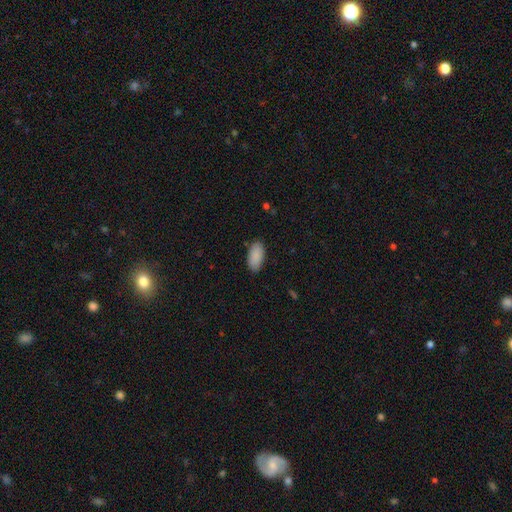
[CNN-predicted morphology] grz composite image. It shows a smooth galaxy with no disk features (90%) that is in between round and cigar-shaped (94%). Merging: none (86%).